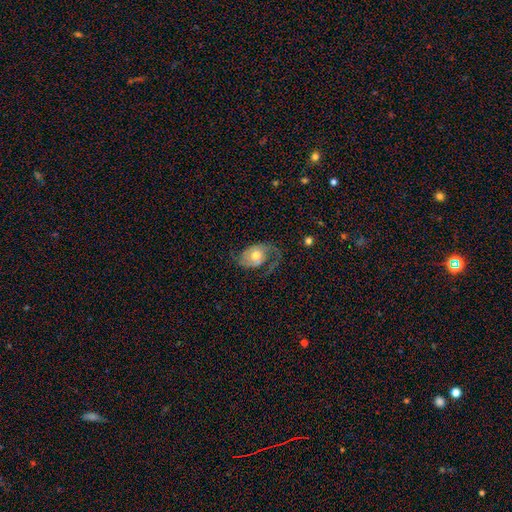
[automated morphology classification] type=featured or disk (69%); edge-on=no (96%); bar=no (73%); spiral arms=yes (86%); winding=loose (40%); arm count=2 (62%); bulge=moderate (72%); merging=none (47%).